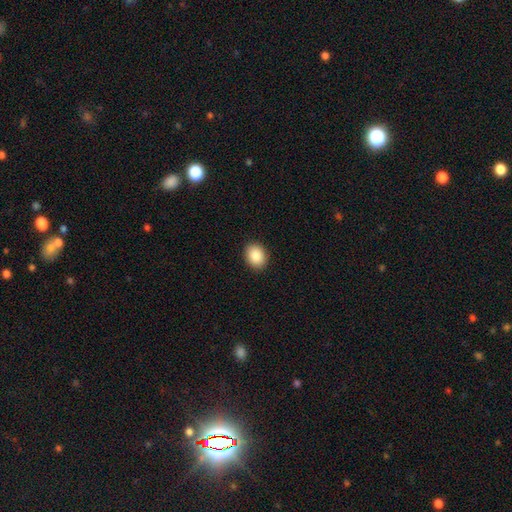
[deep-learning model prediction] This appears to be a smooth galaxy with no disk features (88%) that is in between round and cigar-shaped (56%). Merging: none (91%).